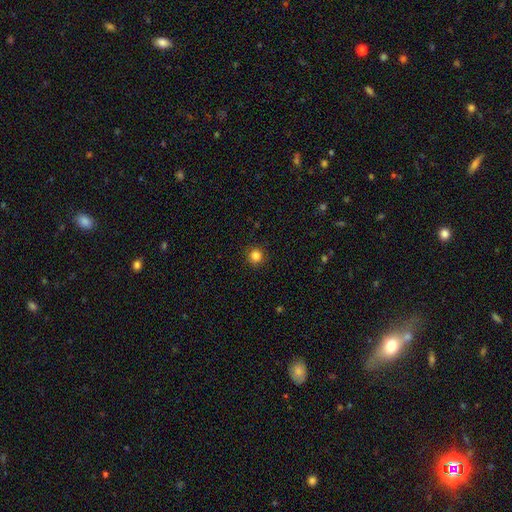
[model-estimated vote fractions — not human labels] smooth_or_featured: smooth (p=0.84) [alt: star or artifact p=0.12]
how_rounded: round (p=0.94) [alt: in between p=0.05]
merging: none (p=0.92) [alt: minor disturbance p=0.05]